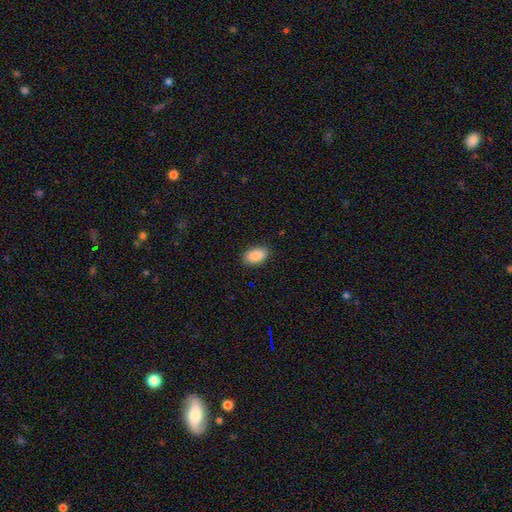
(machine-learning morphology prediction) smooth 90%, star or artifact 7%, featured or disk 4%. Down the decision tree: how rounded — in between (92%); merging — none (86%).